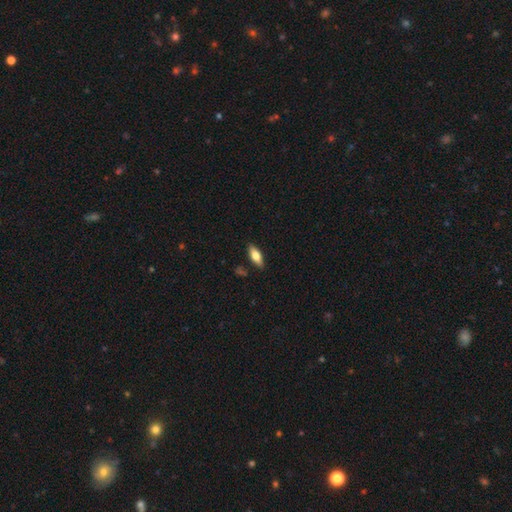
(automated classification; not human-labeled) Overall: smooth (66%; featured or disk 28%). How rounded: in between (73%). Merging: none (86%).